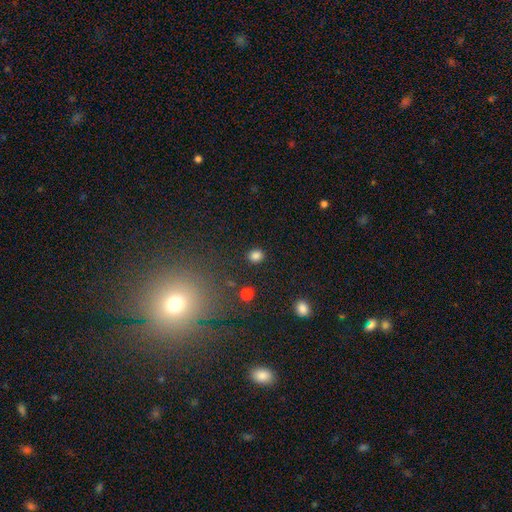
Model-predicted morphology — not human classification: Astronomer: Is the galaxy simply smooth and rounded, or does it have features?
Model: smooth — 83%.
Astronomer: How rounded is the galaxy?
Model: round — 77%.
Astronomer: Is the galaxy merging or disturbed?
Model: none — 89%.